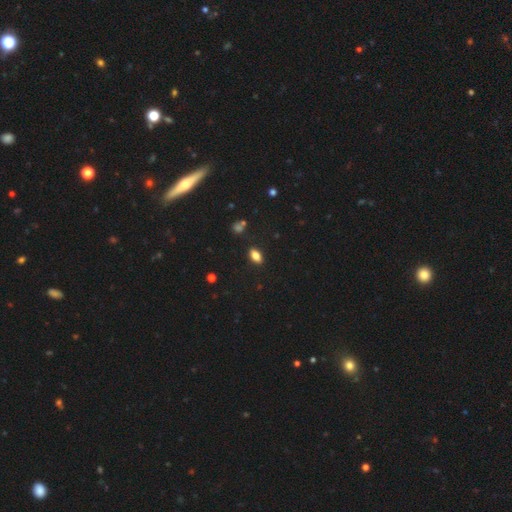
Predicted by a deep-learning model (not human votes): smooth_or_featured: smooth (p=0.82) [alt: star or artifact p=0.11]
how_rounded: in between (p=0.88) [alt: round p=0.06]
merging: none (p=0.86) [alt: minor disturbance p=0.09]